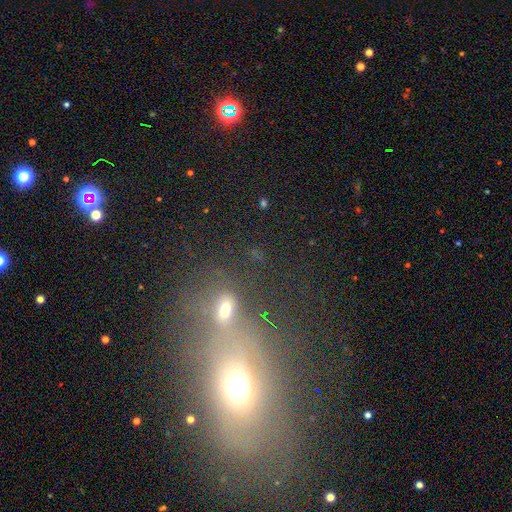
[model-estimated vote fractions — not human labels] Morphology: type=smooth (41%); merging=none (42%).